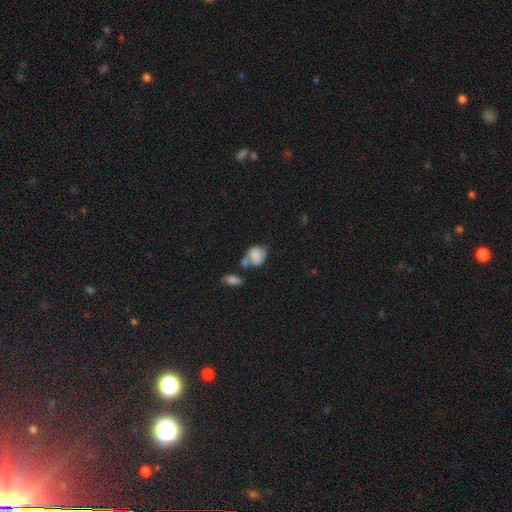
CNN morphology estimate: type=smooth (65%); roundness=in between (55%); merging=none (37%).